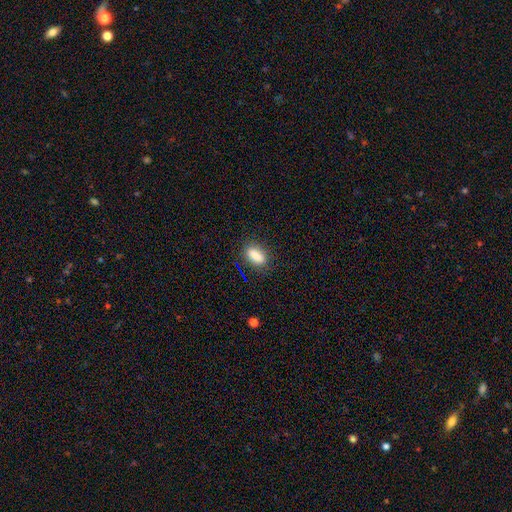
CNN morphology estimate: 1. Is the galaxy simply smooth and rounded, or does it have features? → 84% smooth, 9% star or artifact, 7% featured or disk.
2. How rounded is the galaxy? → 75% in between, 18% cigar-shaped, 7% round.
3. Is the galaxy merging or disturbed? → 80% none, 14% minor disturbance, 4% major disturbance, 2% merger.